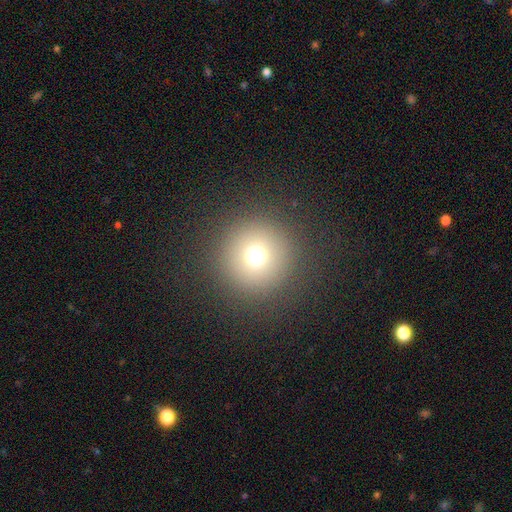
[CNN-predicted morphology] This appears to be a smooth galaxy with no disk features (69%) that is round (96%). Merging: none (90%).